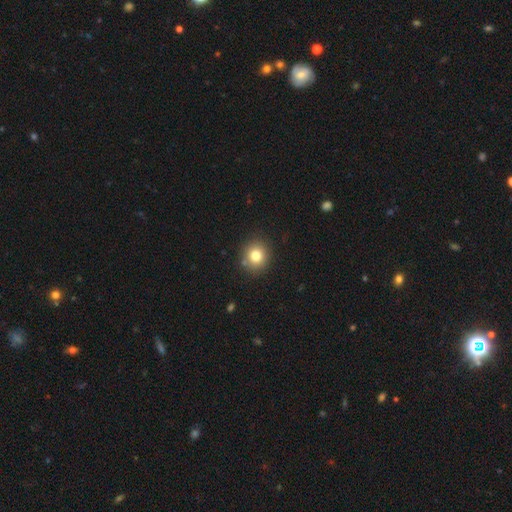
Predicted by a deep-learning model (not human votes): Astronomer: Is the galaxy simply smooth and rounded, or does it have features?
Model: smooth — 79%.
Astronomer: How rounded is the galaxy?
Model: round — 85%.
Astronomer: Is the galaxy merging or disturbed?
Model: none — 86%.